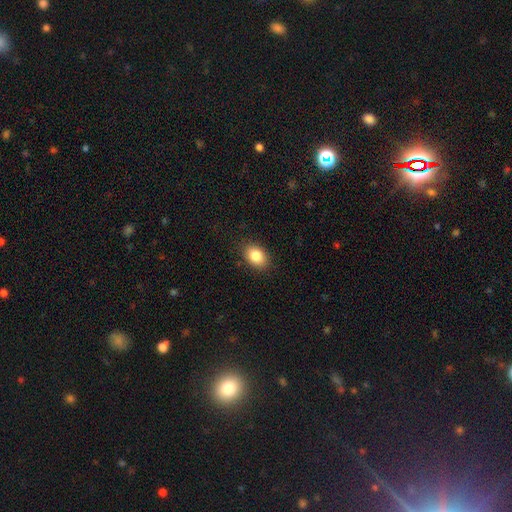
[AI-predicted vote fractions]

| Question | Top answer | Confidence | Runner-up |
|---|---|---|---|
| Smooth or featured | smooth | 84% | star or artifact (9%) |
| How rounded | in between | 74% | round (25%) |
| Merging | none | 88% | minor disturbance (9%) |